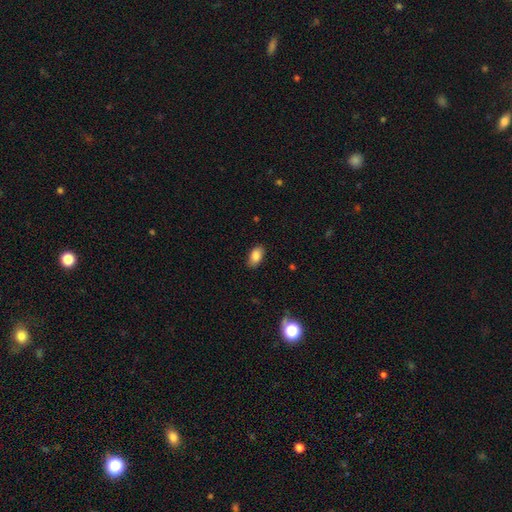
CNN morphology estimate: Smooth or featured: smooth — 86% (star or artifact — 8%)
How rounded: in between — 92% (round — 5%)
Merging: none — 85% (minor disturbance — 12%)